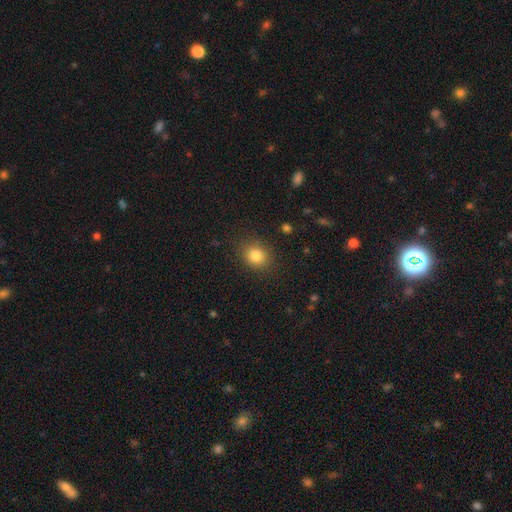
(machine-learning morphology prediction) smooth 83%, star or artifact 11%, featured or disk 6%. Down the decision tree: how rounded — round (71%); merging — none (86%).